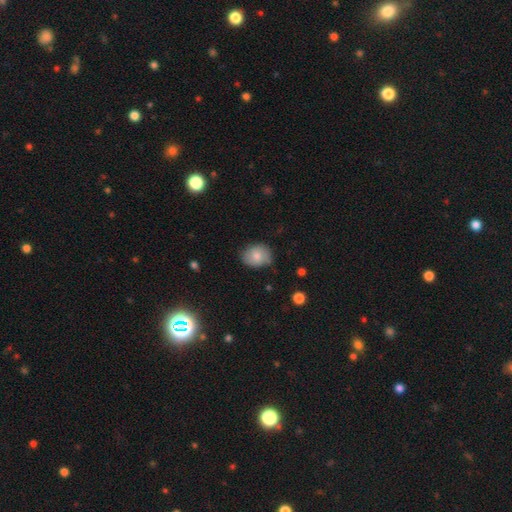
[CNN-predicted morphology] A smooth galaxy with no disk features (74%) that is round (50%). Merging: none (70%).